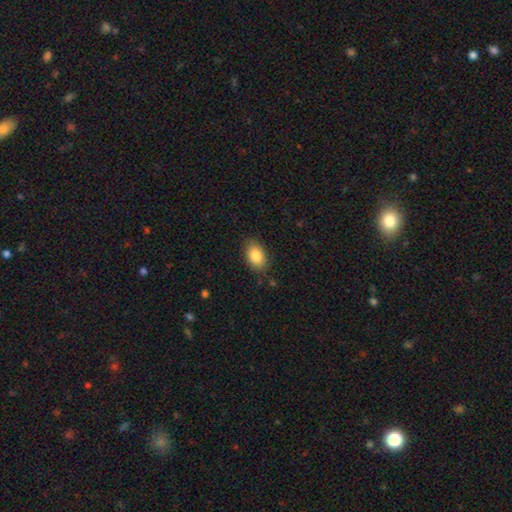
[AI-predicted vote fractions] Smooth or featured? smooth (85%)
How rounded? in between (86%)
Merging? none (81%)